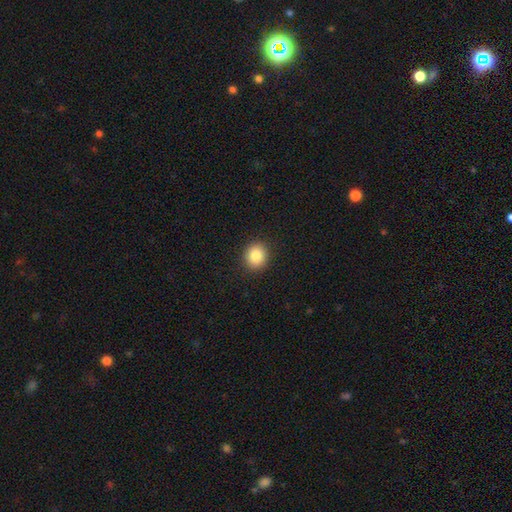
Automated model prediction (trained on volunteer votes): This appears to be a smooth galaxy with no disk features (86%) that is round (80%). Merging: none (91%).